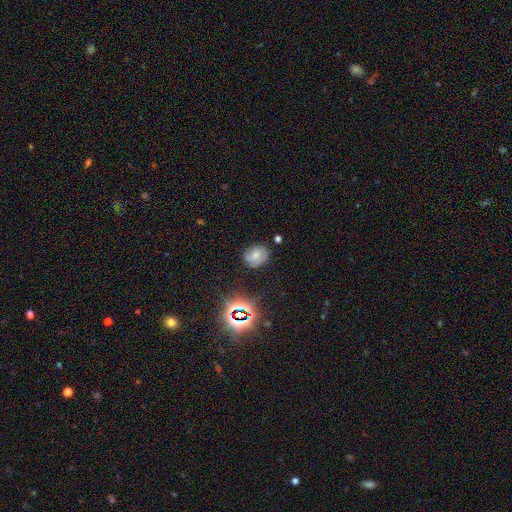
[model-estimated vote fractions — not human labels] smooth 46%, featured or disk 35%, star or artifact 19%. Down the decision tree: merging — none (71%).